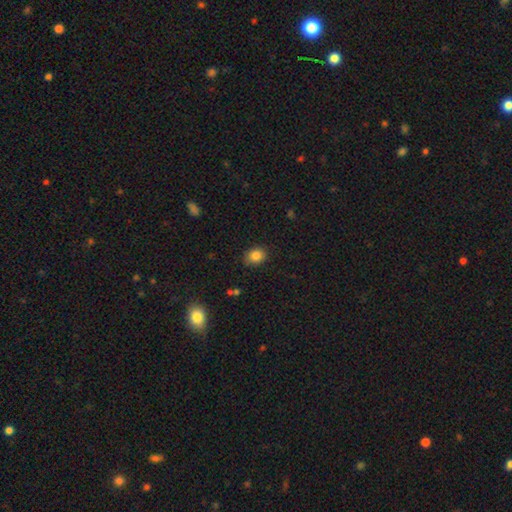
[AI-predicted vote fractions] This is clearly a smooth galaxy (85%). How rounded: possibly in between (52%). Merging: clearly none (83%).